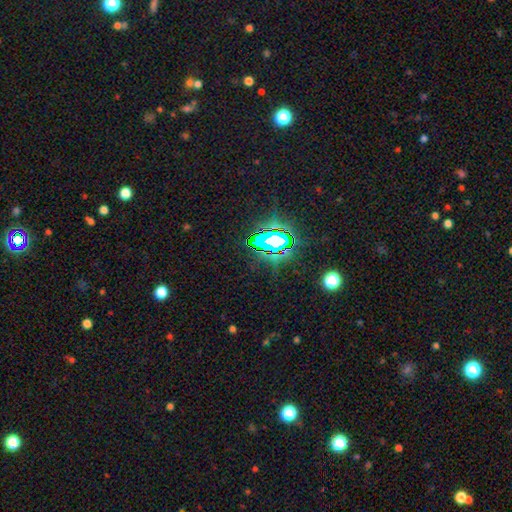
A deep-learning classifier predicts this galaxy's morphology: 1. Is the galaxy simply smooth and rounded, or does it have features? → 82% star or artifact, 11% smooth, 7% featured or disk.